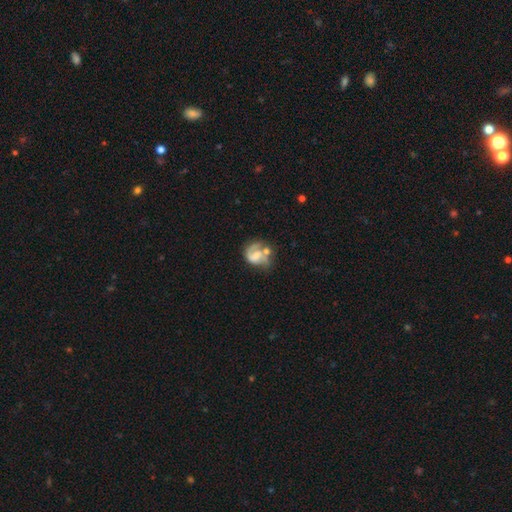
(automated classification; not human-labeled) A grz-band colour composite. It shows a featured or disk galaxy (62%) with no bar (50%), spiral arms (77%) and a moderate central bulge (34%). Merging: none (32%).